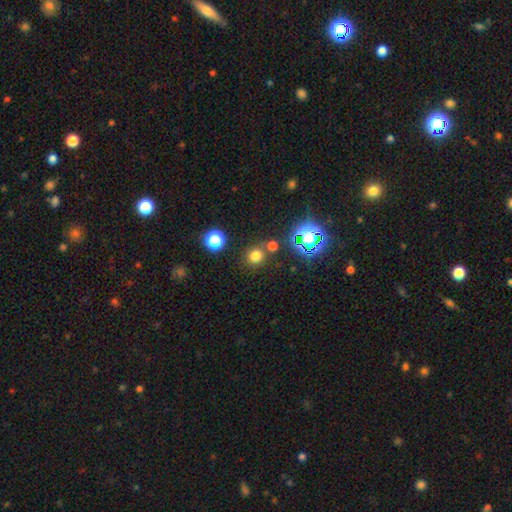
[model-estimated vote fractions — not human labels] This is likely a smooth galaxy (71%). How rounded: clearly round (85%). Merging: likely none (76%).